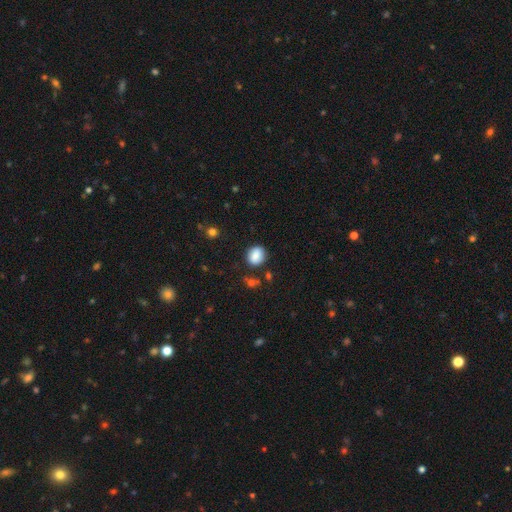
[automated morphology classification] A smooth galaxy with no disk features (86%) that is round (66%).

Vote fractions:
- Smooth or featured? smooth: 86% / star or artifact: 8% / featured or disk: 5%
- How rounded? round: 66% / in between: 33% / cigar-shaped: 1%
- Merging? none: 82% / minor disturbance: 12% / major disturbance: 3% / merger: 3%